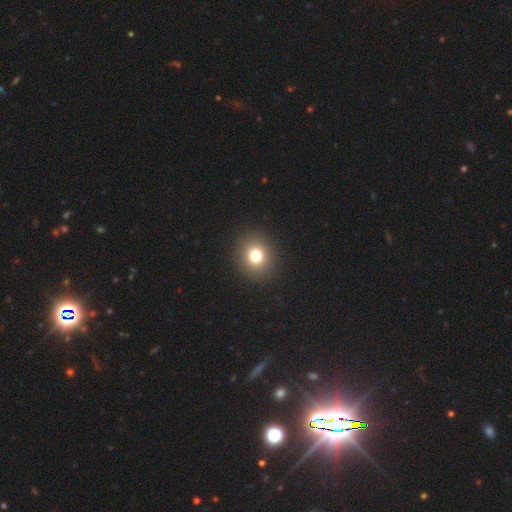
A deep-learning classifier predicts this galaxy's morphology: Overall: smooth (77%). How rounded: round (79%). Merging: none (91%).